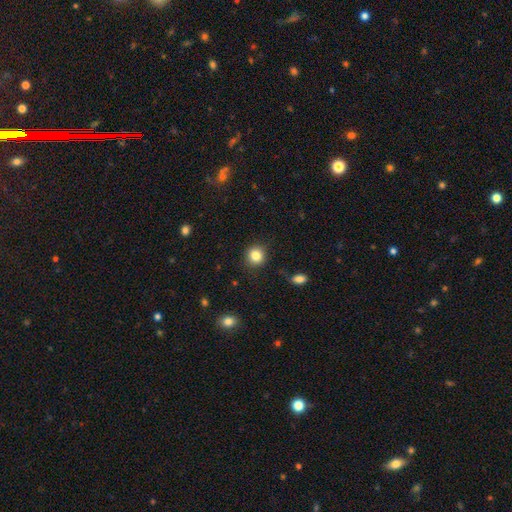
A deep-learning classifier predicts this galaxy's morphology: A smooth galaxy with no disk features (84%) that is round (91%). Merging: none (89%).